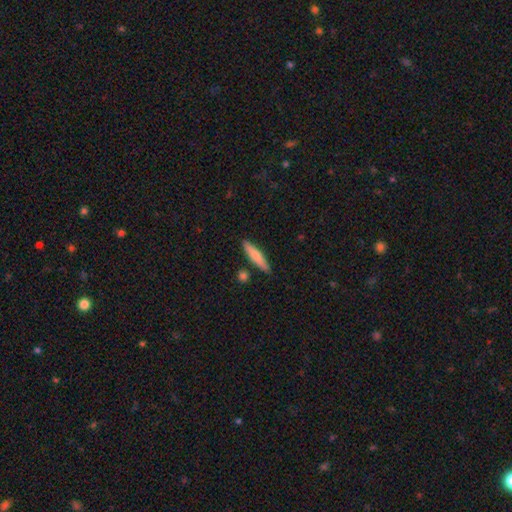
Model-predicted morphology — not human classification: smooth 72%, featured or disk 23%, star or artifact 5%. Down the decision tree: how rounded — cigar-shaped (85%); merging — none (85%).